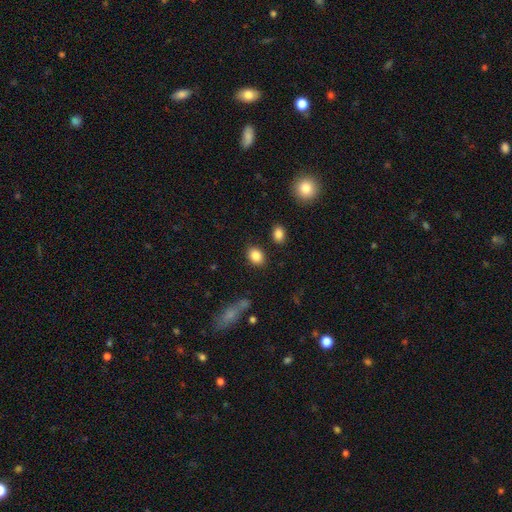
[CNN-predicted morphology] Smooth or featured: smooth — 86% (star or artifact — 8%)
How rounded: in between — 67% (round — 31%)
Merging: none — 84% (minor disturbance — 9%)